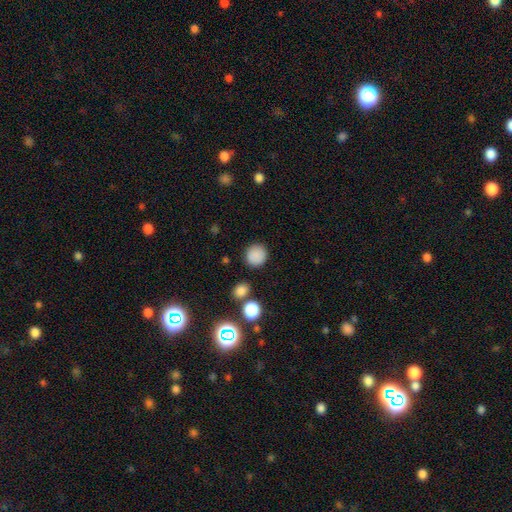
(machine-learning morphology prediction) A smooth galaxy with no disk features (85%) that is round (90%). Merging: none (87%).